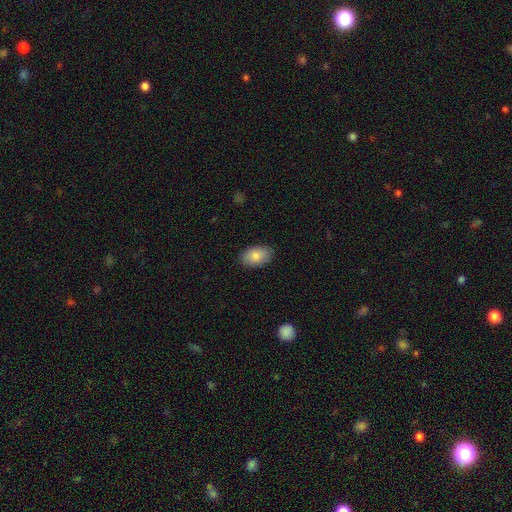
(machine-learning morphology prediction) The model was most divided on "smooth or featured": smooth: 85%, featured or disk: 8%, star or artifact: 7%. More confident: how rounded — in between (92%); merging — none (87%).